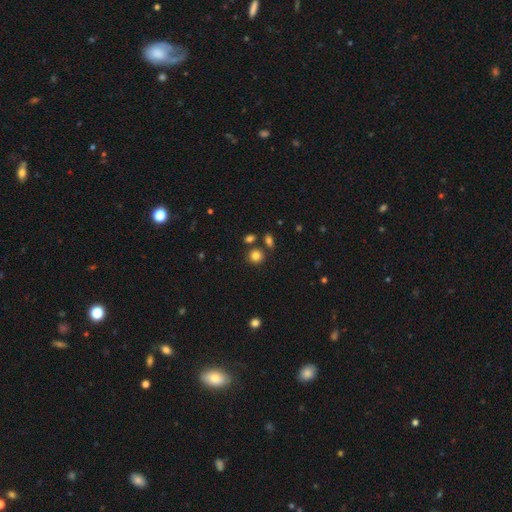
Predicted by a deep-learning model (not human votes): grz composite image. It shows a smooth galaxy with no disk features (82%) that is round (84%). Merging: none (77%).